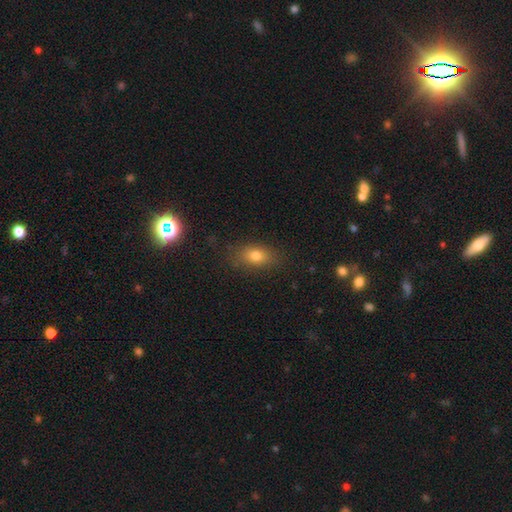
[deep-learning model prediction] Smooth or featured?
  - smooth: 75% *
  - star or artifact: 14%
  - featured or disk: 11%
How rounded?
  - in between: 76% *
  - round: 19%
  - cigar-shaped: 5%
Merging?
  - none: 81% *
  - minor disturbance: 13%
  - major disturbance: 4%
  - merger: 2%